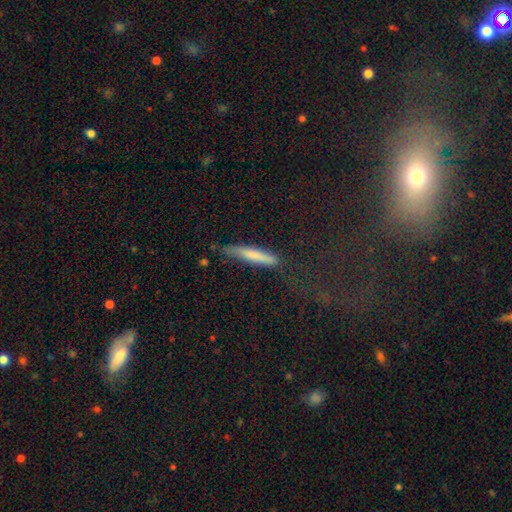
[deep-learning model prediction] smooth-or-featured: smooth: 73% | featured or disk: 20% | star or artifact: 7%
  how-rounded: cigar-shaped: 93% | in between: 6% | round: 1%
  merging: none: 72% | minor disturbance: 21% | major disturbance: 5% | merger: 3%